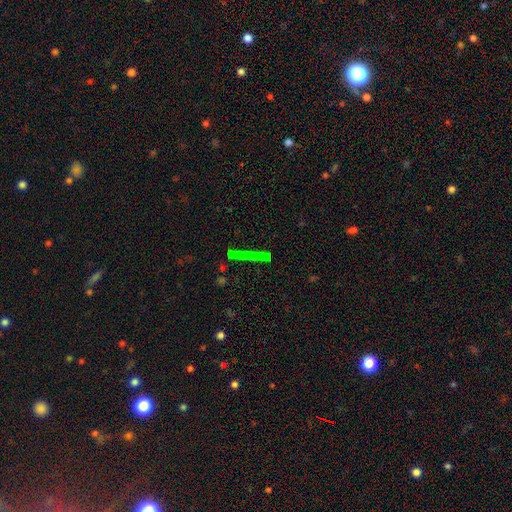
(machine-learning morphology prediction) A featured or disk galaxy (44%). Merging: none (83%).